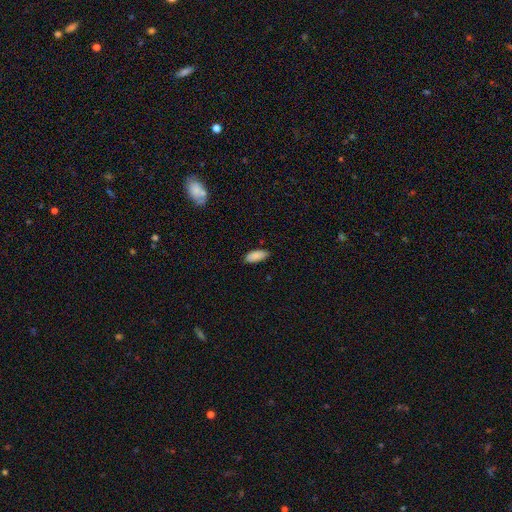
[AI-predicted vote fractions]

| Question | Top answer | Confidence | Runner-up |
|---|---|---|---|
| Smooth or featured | smooth | 88% | star or artifact (7%) |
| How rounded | in between | 81% | cigar-shaped (17%) |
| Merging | none | 80% | minor disturbance (16%) |